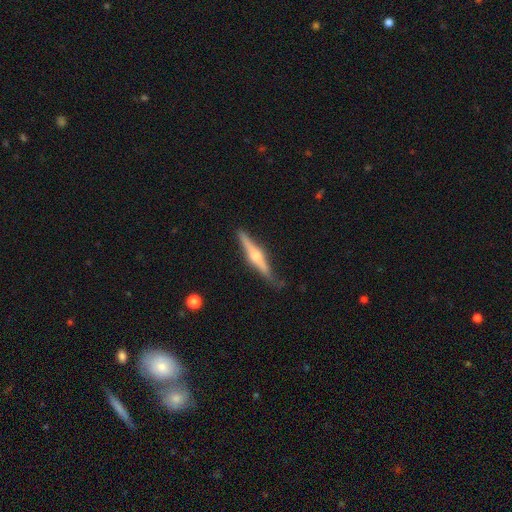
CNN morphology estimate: type=featured or disk (73%); edge-on=yes (98%); edge-on bulge=rounded (93%); merging=none (83%).